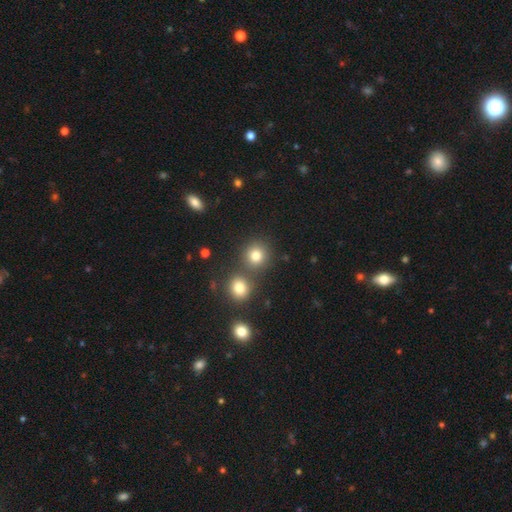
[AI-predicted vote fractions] Smooth or featured: smooth — 80% (star or artifact — 14%)
How rounded: round — 89% (in between — 10%)
Merging: none — 70% (merger — 20%)